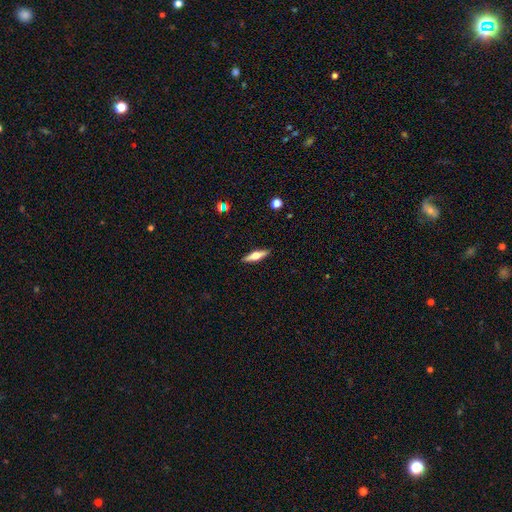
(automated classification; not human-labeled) A featured or disk galaxy (57%) viewed edge-on (95%) with a rounded central bulge (94%).

Vote fractions:
- Smooth or featured? featured or disk: 57% / smooth: 37% / star or artifact: 6%
- Edge-on disk? yes: 95% / no: 5%
- Edge-on bulge? rounded: 94% / boxy: 4% / none: 2%
- Merging? none: 90% / minor disturbance: 7% / major disturbance: 2% / merger: 1%